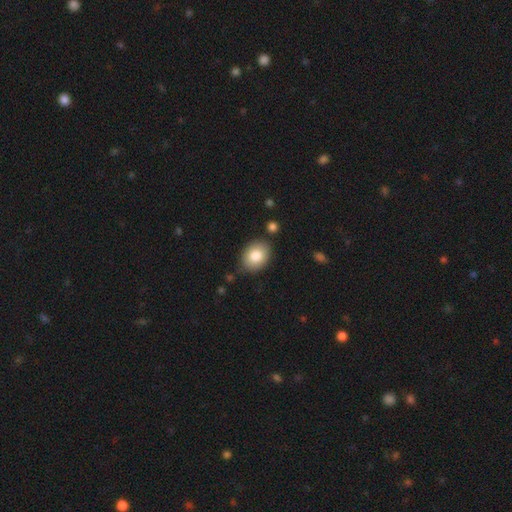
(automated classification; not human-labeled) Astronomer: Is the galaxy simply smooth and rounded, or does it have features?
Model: smooth — 82%.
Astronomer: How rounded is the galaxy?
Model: in between — 61% (runner-up: round, 38%).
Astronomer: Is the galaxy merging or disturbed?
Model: none — 82%.